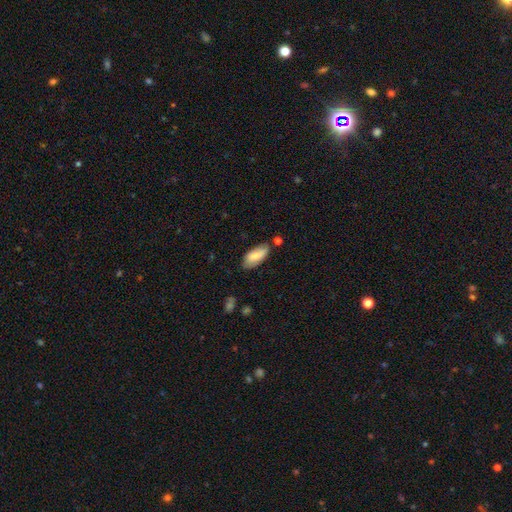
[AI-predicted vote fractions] Smooth or featured?
  - smooth: 79% *
  - featured or disk: 14%
  - star or artifact: 6%
How rounded?
  - in between: 87% *
  - cigar-shaped: 11%
  - round: 2%
Merging?
  - none: 72% *
  - minor disturbance: 21%
  - merger: 4%
  - major disturbance: 4%